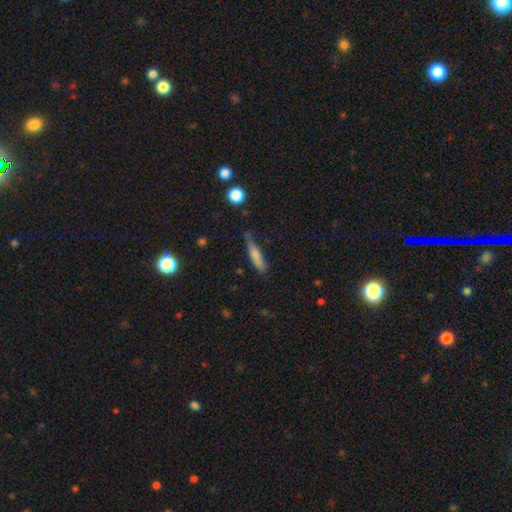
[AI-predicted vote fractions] Smooth or featured? Predicted: smooth (p=0.72). How rounded? Predicted: cigar-shaped (p=0.85). Merging? Predicted: none (p=0.60).